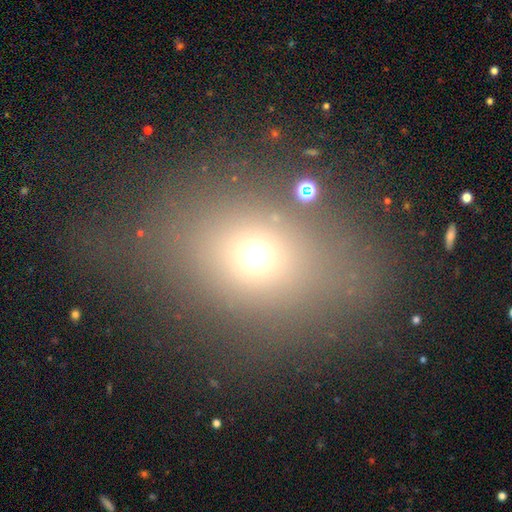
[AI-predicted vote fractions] Overall: smooth (65%). How rounded: in between (51%; round 47%). Merging: none (67%).